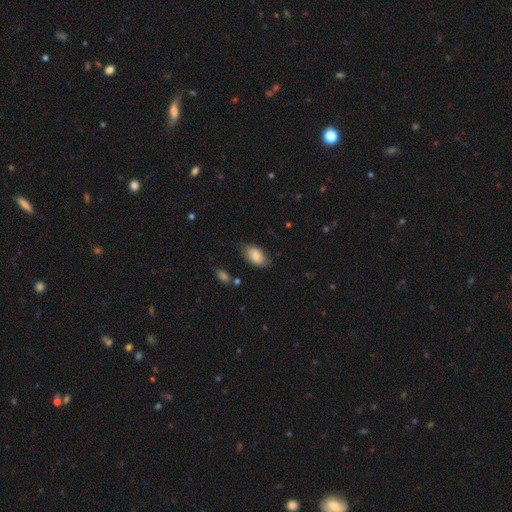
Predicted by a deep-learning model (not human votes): Overall: smooth (75%). How rounded: in between (93%). Merging: none (65%; minor disturbance 27%).